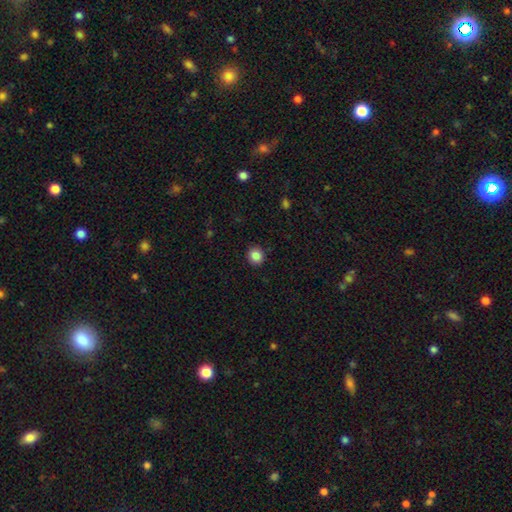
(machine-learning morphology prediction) smooth-or-featured: smooth: 86% | star or artifact: 10% | featured or disk: 4%
  how-rounded: round: 85% | in between: 14% | cigar-shaped: 1%
  merging: none: 91% | minor disturbance: 6% | major disturbance: 2% | merger: 1%